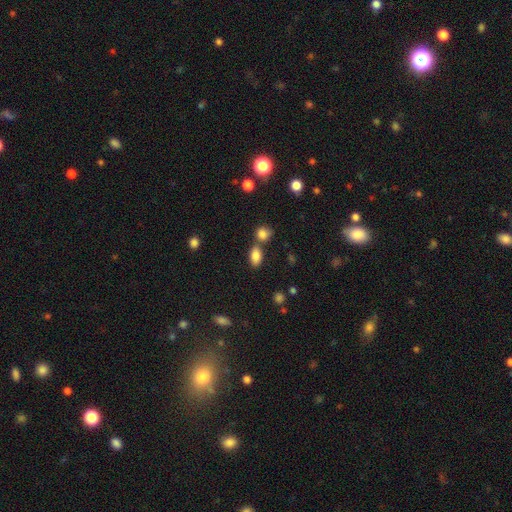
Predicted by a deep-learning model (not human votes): smooth-or-featured: smooth: 85% | star or artifact: 9% | featured or disk: 6%
  how-rounded: in between: 89% | round: 8% | cigar-shaped: 3%
  merging: none: 63% | merger: 22% | minor disturbance: 11% | major disturbance: 3%